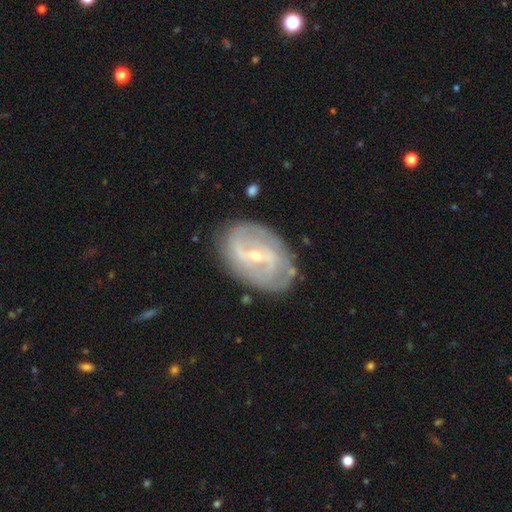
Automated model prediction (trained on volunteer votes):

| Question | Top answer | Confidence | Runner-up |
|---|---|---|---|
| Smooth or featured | featured or disk | 83% | smooth (11%) |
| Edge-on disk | no | 96% | yes (4%) |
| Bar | weak | 45% | strong (35%) |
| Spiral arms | yes | 88% | no (12%) |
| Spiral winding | medium | 42% | tight (31%) |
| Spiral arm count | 2 | 75% | can't tell (14%) |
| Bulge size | small | 68% | moderate (29%) |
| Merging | none | 79% | minor disturbance (14%) |